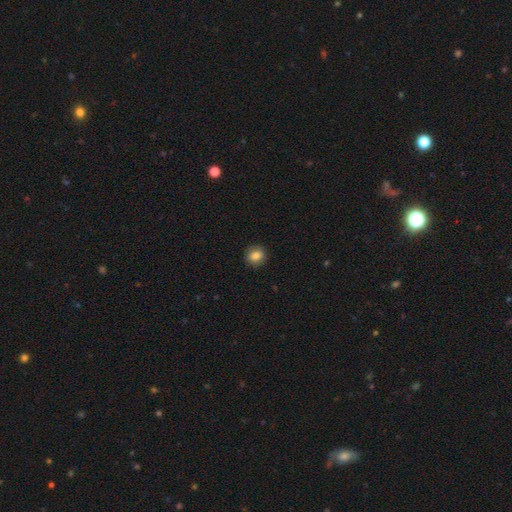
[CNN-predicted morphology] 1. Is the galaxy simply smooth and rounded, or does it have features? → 84% smooth, 9% star or artifact, 7% featured or disk.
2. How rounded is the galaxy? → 77% round, 22% in between, 1% cigar-shaped.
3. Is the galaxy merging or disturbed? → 90% none, 7% minor disturbance, 2% major disturbance, 1% merger.